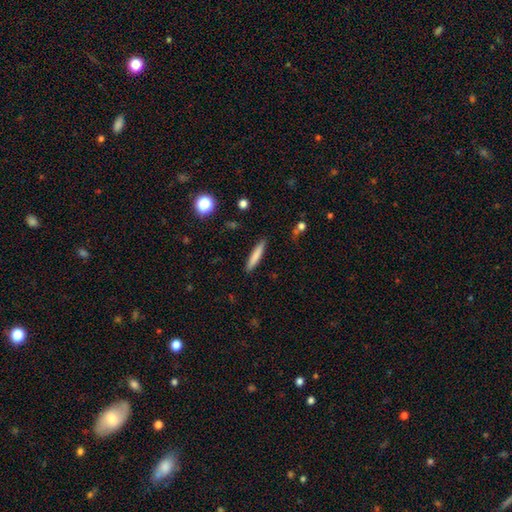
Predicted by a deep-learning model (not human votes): Smooth or featured: smooth — 78% (featured or disk — 15%)
How rounded: cigar-shaped — 91% (in between — 8%)
Merging: none — 89% (minor disturbance — 8%)